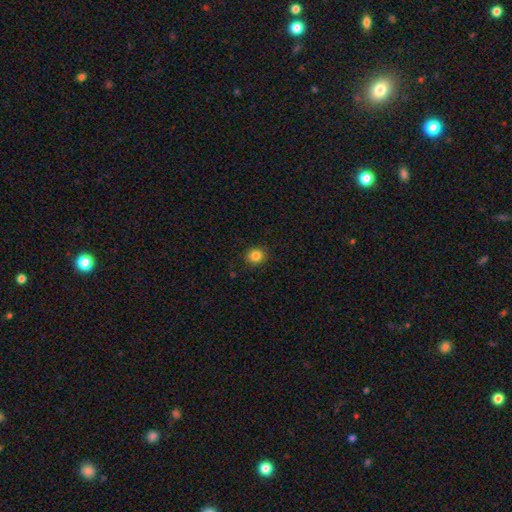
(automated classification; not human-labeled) Smooth or featured? smooth (84%)
How rounded? round (83%)
Merging? none (89%)